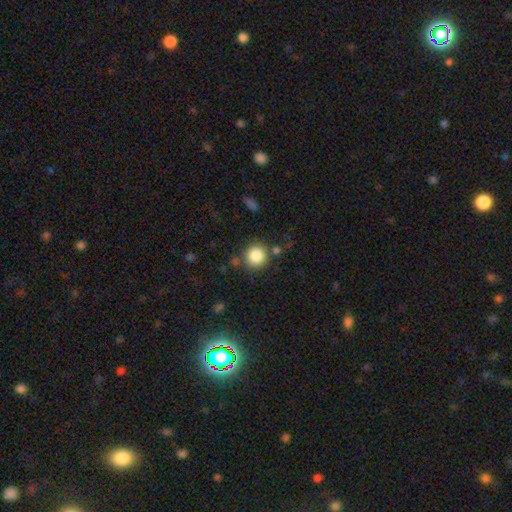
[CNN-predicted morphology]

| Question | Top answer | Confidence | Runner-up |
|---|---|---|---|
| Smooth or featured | smooth | 85% | star or artifact (10%) |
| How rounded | round | 91% | in between (8%) |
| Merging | none | 81% | minor disturbance (9%) |